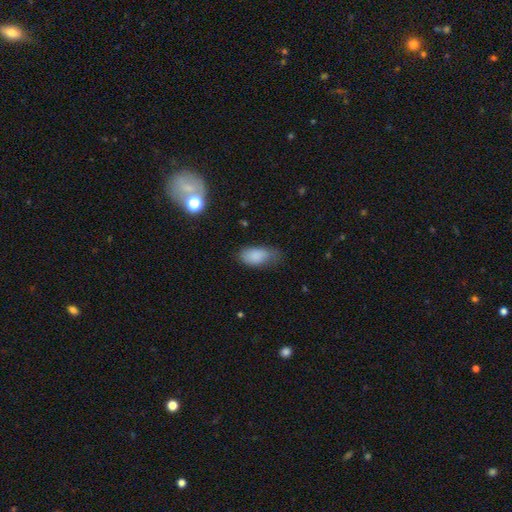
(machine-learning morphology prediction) smooth-or-featured: smooth: 84% | featured or disk: 8% | star or artifact: 8%
  how-rounded: in between: 92% | cigar-shaped: 4% | round: 4%
  merging: none: 51% | minor disturbance: 35% | major disturbance: 12% | merger: 2%